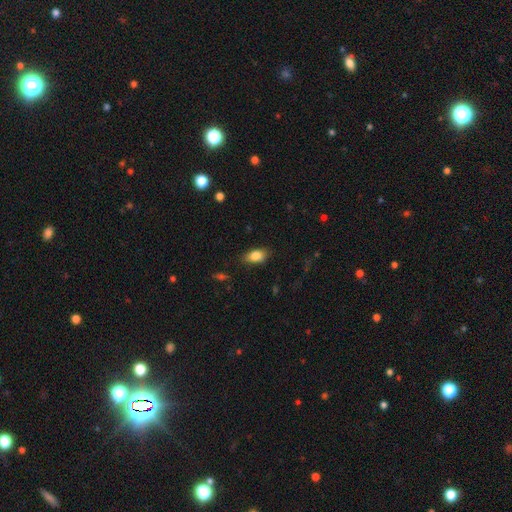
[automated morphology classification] Smooth or featured?
  - smooth: 84% *
  - star or artifact: 8%
  - featured or disk: 8%
How rounded?
  - in between: 87% *
  - round: 8%
  - cigar-shaped: 4%
Merging?
  - none: 79% *
  - minor disturbance: 16%
  - major disturbance: 4%
  - merger: 1%